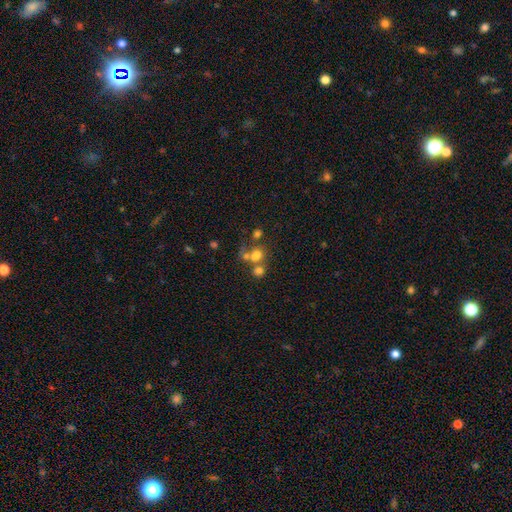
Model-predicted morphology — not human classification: Smooth or featured? smooth (67%)
How rounded? round (63%)
Merging? merger (48%)